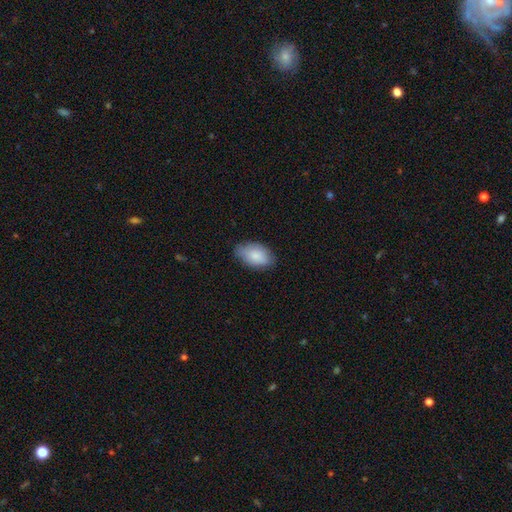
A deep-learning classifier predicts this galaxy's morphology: Smooth or featured? Predicted: smooth (p=0.85). How rounded? Predicted: in between (p=0.94). Merging? Predicted: none (p=0.73).